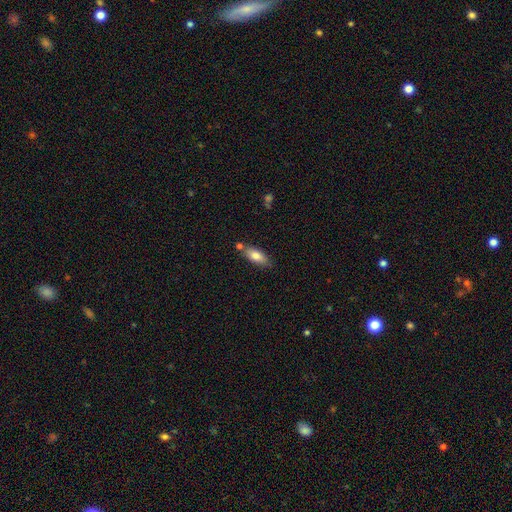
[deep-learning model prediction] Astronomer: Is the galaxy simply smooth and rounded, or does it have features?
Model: smooth — 78%.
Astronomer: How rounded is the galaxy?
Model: in between — 77%.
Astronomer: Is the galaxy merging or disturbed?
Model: none — 70%.